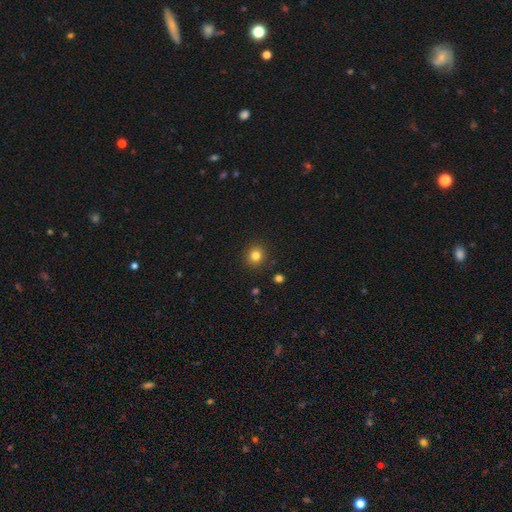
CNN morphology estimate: Smooth or featured? smooth (81%)
How rounded? round (88%)
Merging? none (90%)